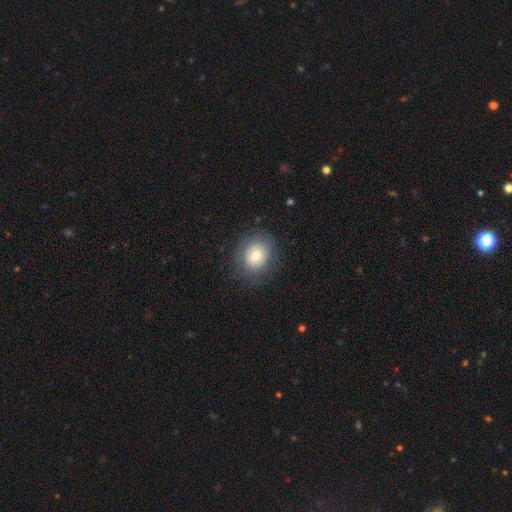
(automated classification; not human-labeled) Smooth or featured: smooth — 70% (featured or disk — 20%)
How rounded: round — 65% (in between — 35%)
Merging: none — 81% (minor disturbance — 12%)